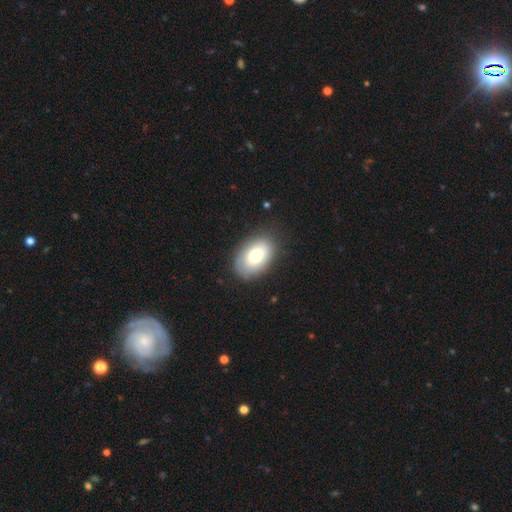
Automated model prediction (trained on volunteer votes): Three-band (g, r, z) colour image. It shows a smooth galaxy with no disk features (74%) that is in between round and cigar-shaped (85%). Merging: none (81%).